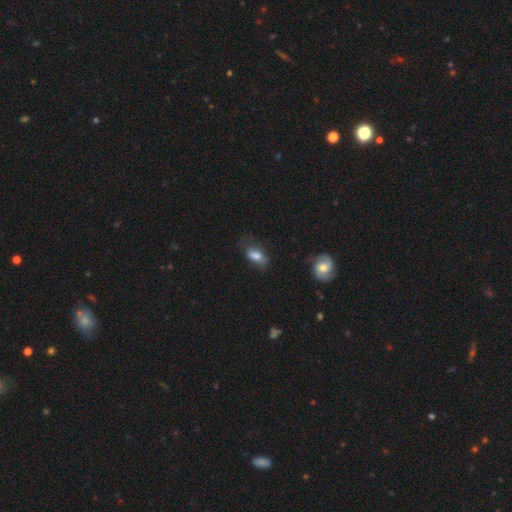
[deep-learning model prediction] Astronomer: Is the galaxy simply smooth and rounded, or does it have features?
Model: smooth — 72%.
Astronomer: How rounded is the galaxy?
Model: in between — 87%.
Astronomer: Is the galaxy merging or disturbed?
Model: none — 53% (runner-up: minor disturbance, 28%).